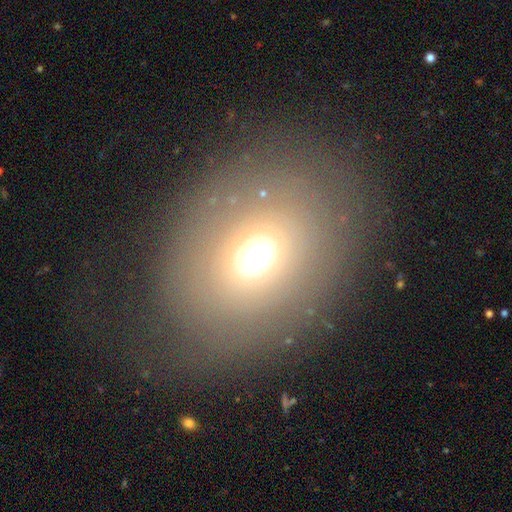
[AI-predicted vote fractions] Q: Smooth or featured?
A: smooth (62%); runner-up: featured or disk (21%)
Q: How rounded?
A: in between (50%); runner-up: round (49%)
Q: Merging?
A: none (75%); runner-up: minor disturbance (12%)